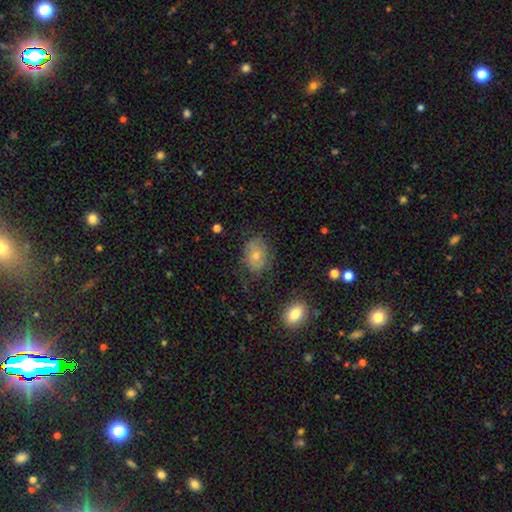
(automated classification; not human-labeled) Smooth or featured? smooth (53%)
How rounded? in between (64%)
Merging? none (63%)